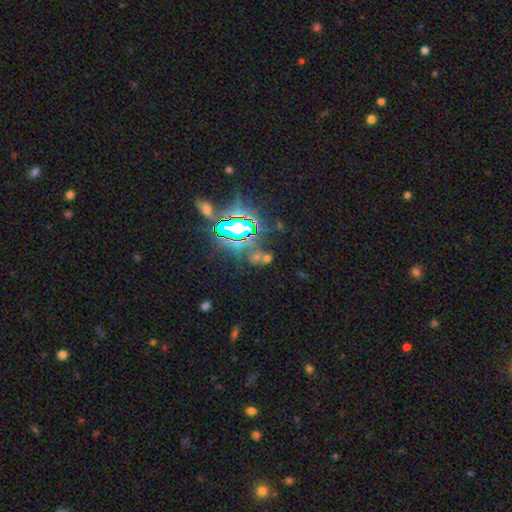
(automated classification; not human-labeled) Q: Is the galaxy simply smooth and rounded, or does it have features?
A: star or artifact — 73%.